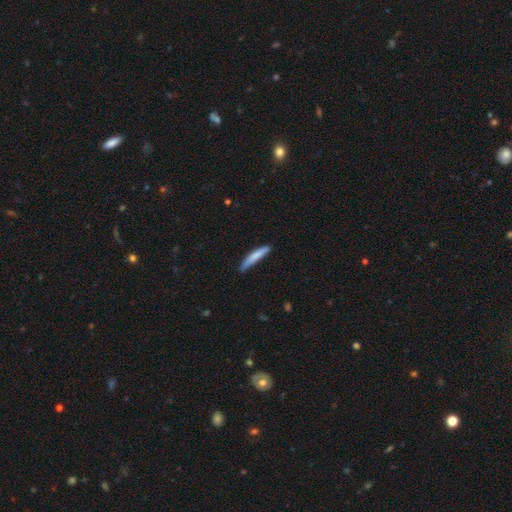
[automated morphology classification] A smooth galaxy with no disk features (74%) that is cigar-shaped (93%).

Vote fractions:
- Smooth or featured? smooth: 74% / featured or disk: 20% / star or artifact: 6%
- How rounded? cigar-shaped: 93% / in between: 6% / round: 1%
- Merging? none: 70% / minor disturbance: 24% / major disturbance: 4% / merger: 2%